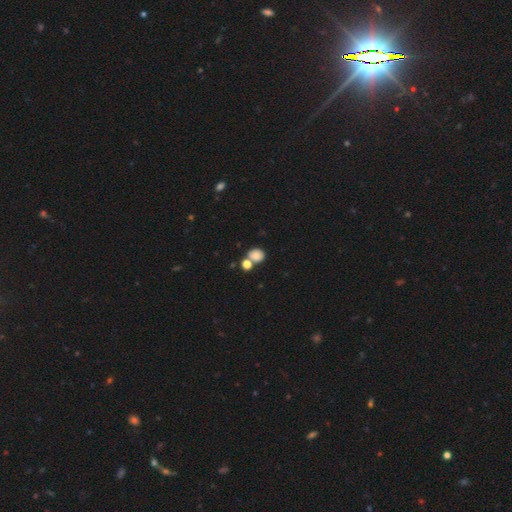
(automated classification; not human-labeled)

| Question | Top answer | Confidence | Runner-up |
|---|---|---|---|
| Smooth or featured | smooth | 79% | star or artifact (12%) |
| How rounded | round | 65% | in between (34%) |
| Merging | none | 54% | merger (32%) |